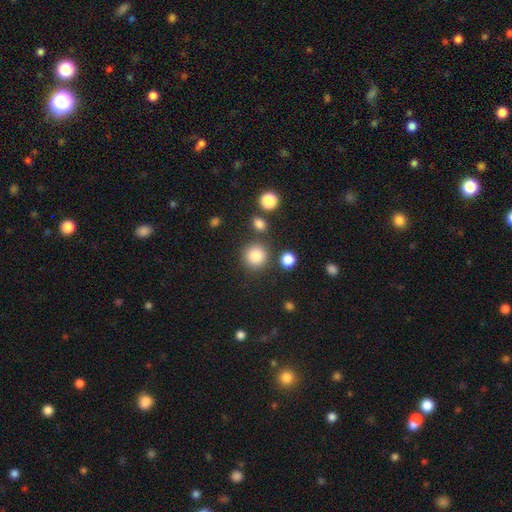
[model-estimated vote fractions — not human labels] smooth_or_featured: smooth (p=0.83) [alt: star or artifact p=0.11]
how_rounded: round (p=0.92) [alt: in between p=0.07]
merging: none (p=0.82) [alt: minor disturbance p=0.08]